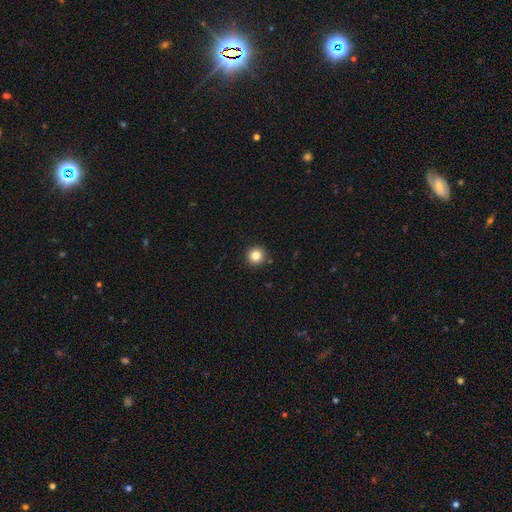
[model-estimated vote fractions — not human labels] Smooth or featured? smooth (84%)
How rounded? round (93%)
Merging? none (92%)